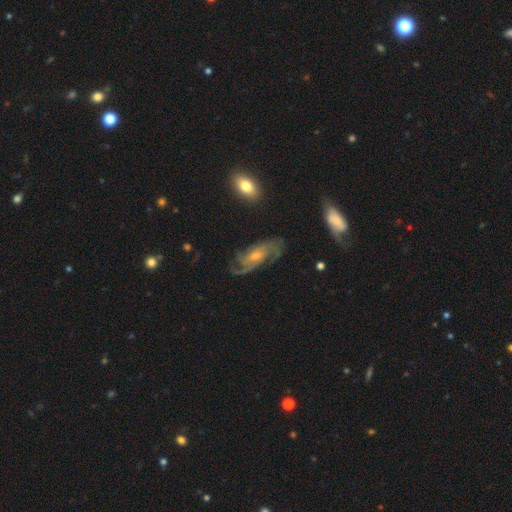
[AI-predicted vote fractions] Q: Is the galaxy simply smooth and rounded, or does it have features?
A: featured or disk — 84%.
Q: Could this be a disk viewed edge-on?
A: no — 94%.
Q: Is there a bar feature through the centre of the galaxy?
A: no — 61%.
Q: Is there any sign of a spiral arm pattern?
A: yes — 96%.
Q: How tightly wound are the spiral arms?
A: medium — 43%.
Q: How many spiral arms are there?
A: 2 — 30%.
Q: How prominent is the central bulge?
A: small — 54%.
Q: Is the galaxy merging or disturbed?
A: none — 69%.